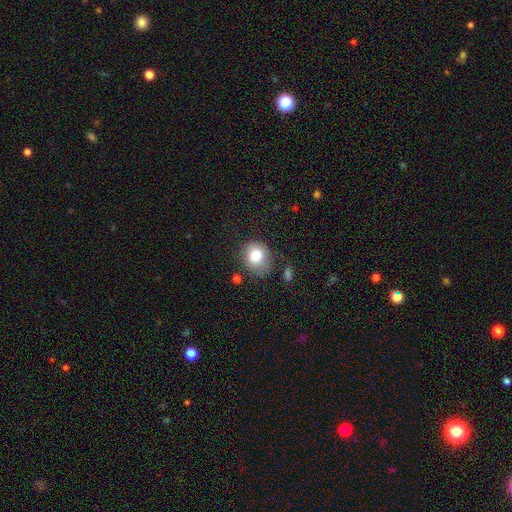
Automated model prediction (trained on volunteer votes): A smooth galaxy with no disk features (81%) that is round (69%). Merging: none (63%).